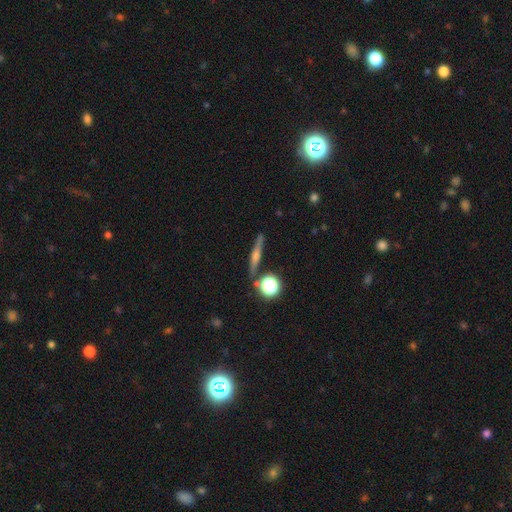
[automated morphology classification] The model was most divided on "smooth or featured": featured or disk: 61%, smooth: 28%, star or artifact: 11%. More confident: edge-on disk — yes (95%); edge-on bulge — rounded (86%); merging — none (85%).